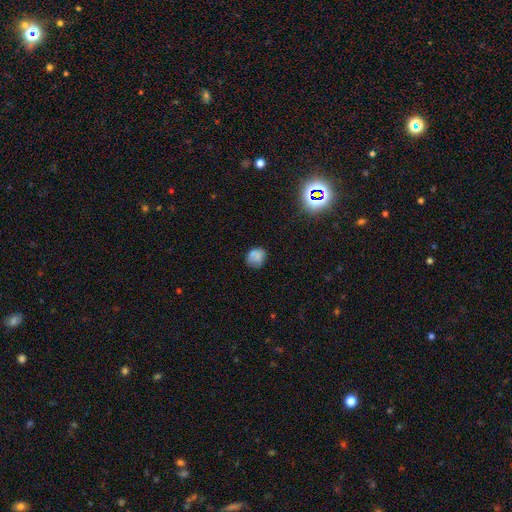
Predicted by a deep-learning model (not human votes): Smooth or featured?
  - smooth: 72% *
  - featured or disk: 14%
  - star or artifact: 13%
How rounded?
  - round: 69% *
  - in between: 30%
  - cigar-shaped: 1%
Merging?
  - none: 63% *
  - minor disturbance: 24%
  - major disturbance: 8%
  - merger: 6%